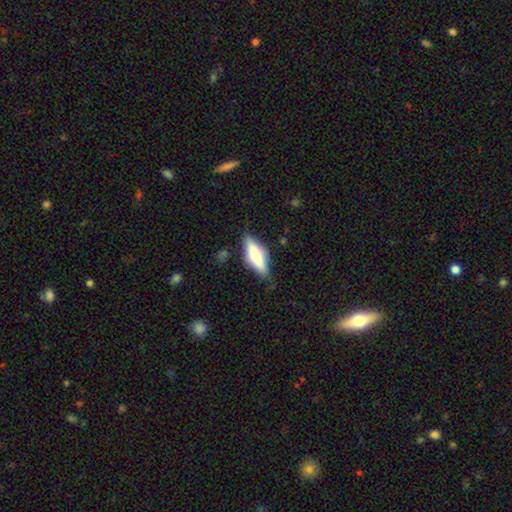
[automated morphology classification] Overall: smooth (57%; featured or disk 36%). How rounded: in between (50%; cigar-shaped 47%). Merging: none (79%).